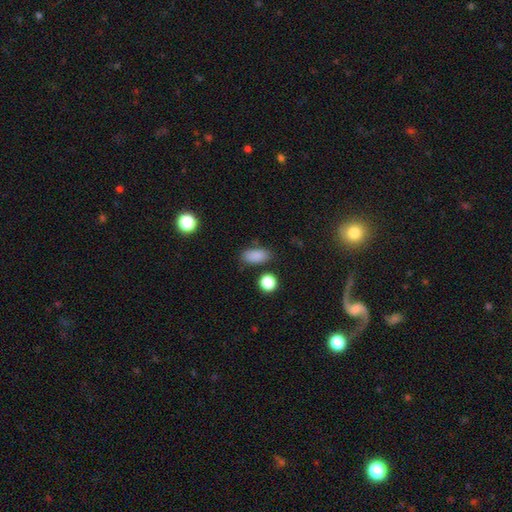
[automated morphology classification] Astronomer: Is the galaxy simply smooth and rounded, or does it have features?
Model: smooth — 86%.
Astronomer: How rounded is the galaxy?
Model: in between — 87%.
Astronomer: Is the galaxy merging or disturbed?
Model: none — 80%.